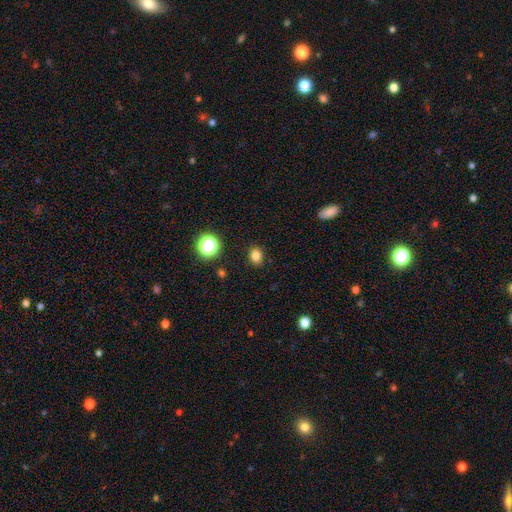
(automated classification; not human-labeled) smooth_or_featured: smooth (p=0.81) [alt: star or artifact p=0.14]
how_rounded: in between (p=0.53) [alt: round p=0.46]
merging: none (p=0.88) [alt: minor disturbance p=0.08]